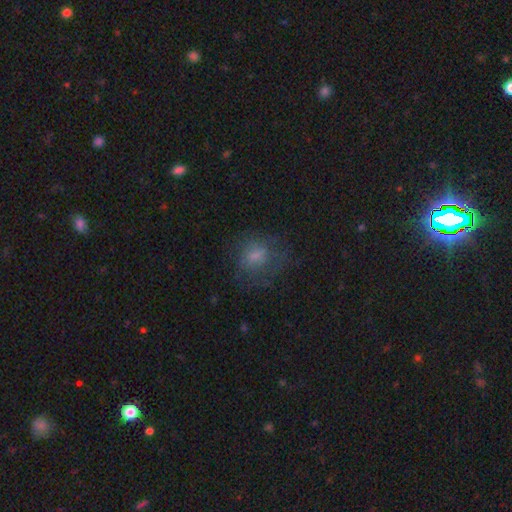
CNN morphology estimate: type=smooth (58%); roundness=round (61%); merging=none (57%).